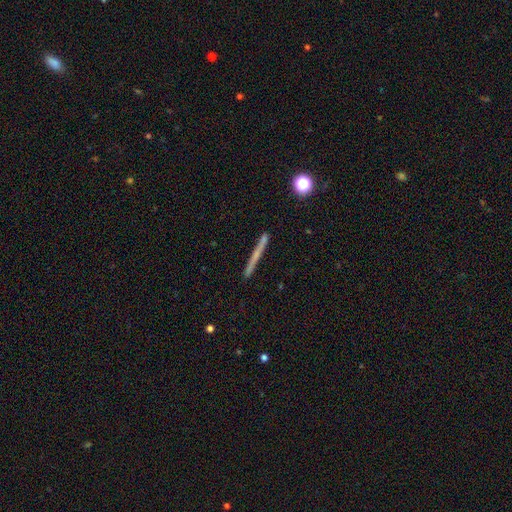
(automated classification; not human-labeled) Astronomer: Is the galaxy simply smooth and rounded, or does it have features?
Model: featured or disk — 52% (runner-up: smooth, 41%).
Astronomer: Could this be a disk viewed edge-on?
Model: yes — 97%.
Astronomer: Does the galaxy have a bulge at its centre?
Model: none — 73%.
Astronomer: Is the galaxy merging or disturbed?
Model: none — 89%.